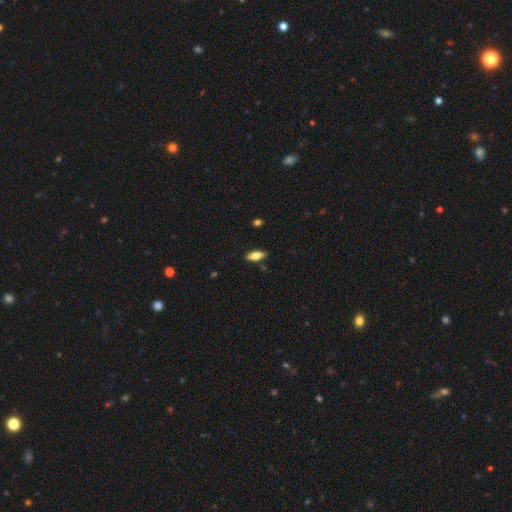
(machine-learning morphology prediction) The model was most divided on "how rounded": in between: 68%, cigar-shaped: 30%, round: 2%. More confident: merging — none (87%); smooth or featured — smooth (72%).